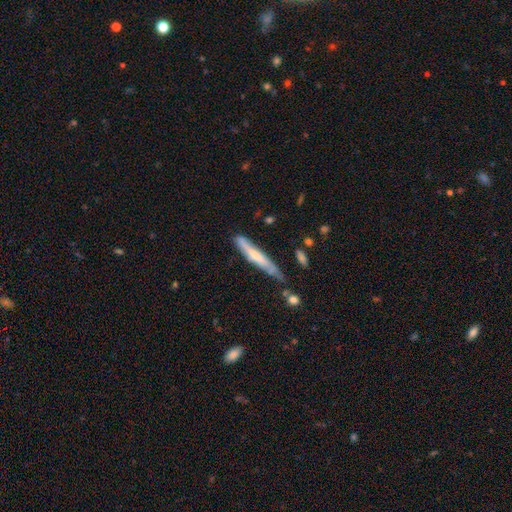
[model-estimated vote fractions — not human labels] Q: Smooth or featured?
A: smooth (54%); runner-up: featured or disk (40%)
Q: How rounded?
A: cigar-shaped (93%); runner-up: in between (5%)
Q: Merging?
A: none (59%); runner-up: minor disturbance (29%)